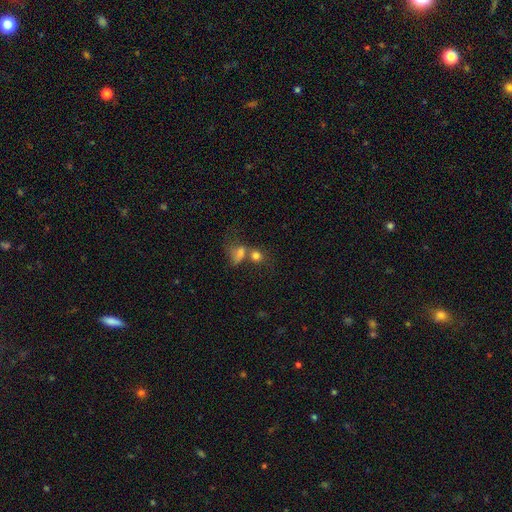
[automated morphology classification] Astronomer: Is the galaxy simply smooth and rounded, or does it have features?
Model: smooth — 72%.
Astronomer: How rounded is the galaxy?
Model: round — 57% (runner-up: in between, 41%).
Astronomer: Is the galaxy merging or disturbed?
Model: merger — 54%.